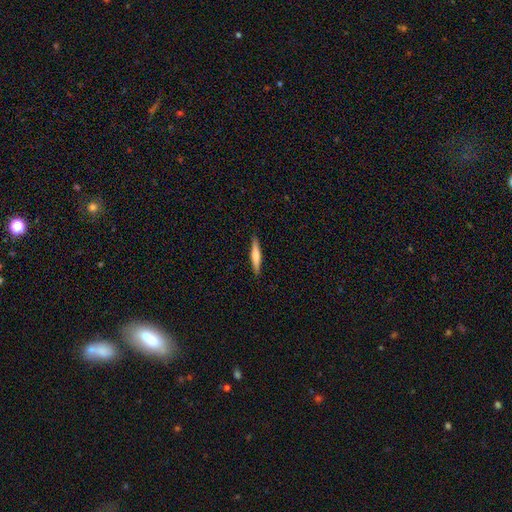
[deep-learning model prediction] Q: Smooth or featured?
A: smooth (57%); runner-up: featured or disk (38%)
Q: How rounded?
A: cigar-shaped (91%); runner-up: in between (8%)
Q: Merging?
A: none (90%); runner-up: minor disturbance (7%)